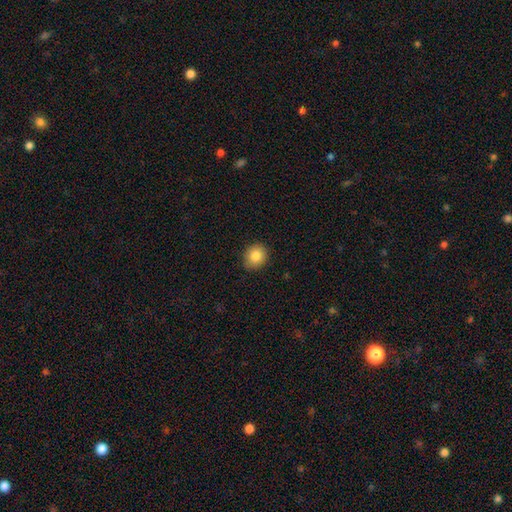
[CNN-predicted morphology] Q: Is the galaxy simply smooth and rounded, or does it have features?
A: smooth — 84%.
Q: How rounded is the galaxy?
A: round — 75%.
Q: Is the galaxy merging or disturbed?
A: none — 86%.